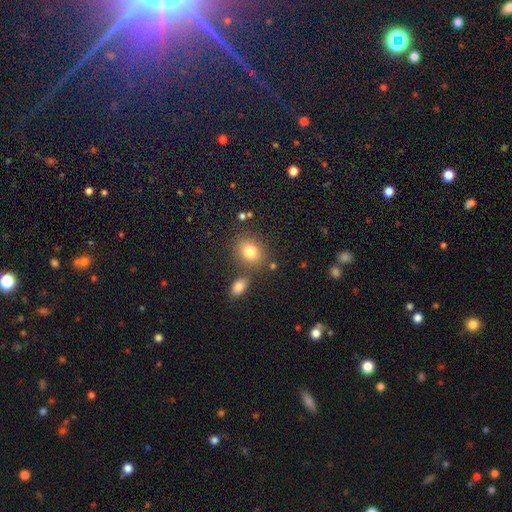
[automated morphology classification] Overall: smooth (78%). How rounded: round (52%; in between 47%). Merging: none (75%).